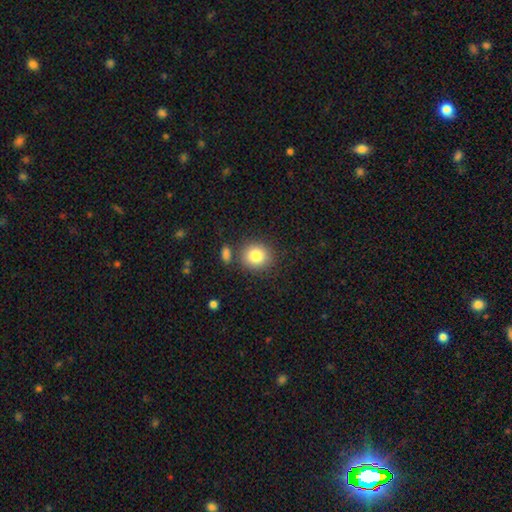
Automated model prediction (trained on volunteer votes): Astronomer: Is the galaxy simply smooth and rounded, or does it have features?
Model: smooth — 83%.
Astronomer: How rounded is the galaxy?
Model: round — 83%.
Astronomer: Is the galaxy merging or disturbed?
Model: none — 79%.